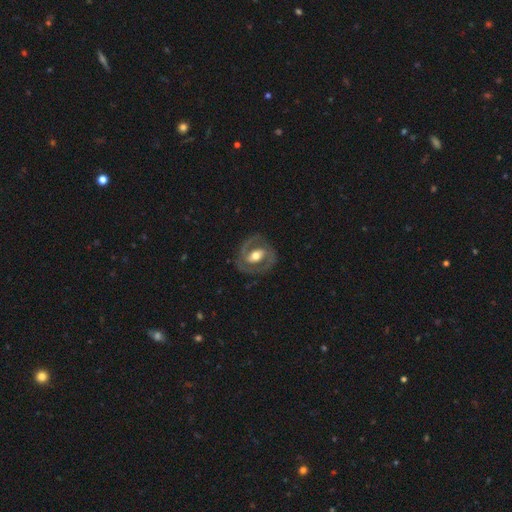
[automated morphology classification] A featured or disk galaxy (80%) with a weak bar (38%), 2 (87%) medium (46%) spiral arms (80%) and a moderate central bulge (67%).

Vote fractions:
- Smooth or featured? featured or disk: 80% / smooth: 15% / star or artifact: 4%
- Edge-on disk? no: 96% / yes: 4%
- Bar? weak: 38% / strong: 34% / no: 28%
- Spiral arms? yes: 80% / no: 20%
- Spiral winding? medium: 46% / tight: 41% / loose: 13%
- Spiral arm count? 2: 87% / can't tell: 6% / 1: 4% / 3: 1% / 4: 1% / more than 4: 1%
- Bulge size? moderate: 67% / large: 20% / small: 11% / dominant: 1% / none: 1%
- Merging? none: 81% / minor disturbance: 12% / major disturbance: 6% / merger: 1%